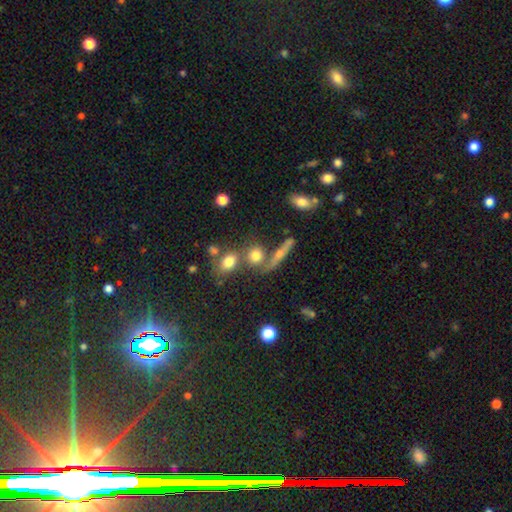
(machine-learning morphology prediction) This appears to be a smooth galaxy with no disk features (71%) that is round (60%). Merging: none (51%).